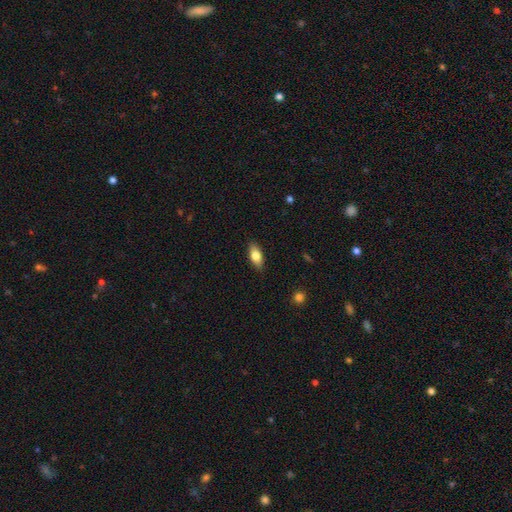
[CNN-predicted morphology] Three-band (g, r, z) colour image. It shows a smooth galaxy with no disk features (76%) that is in between round and cigar-shaped (85%). Merging: none (88%).